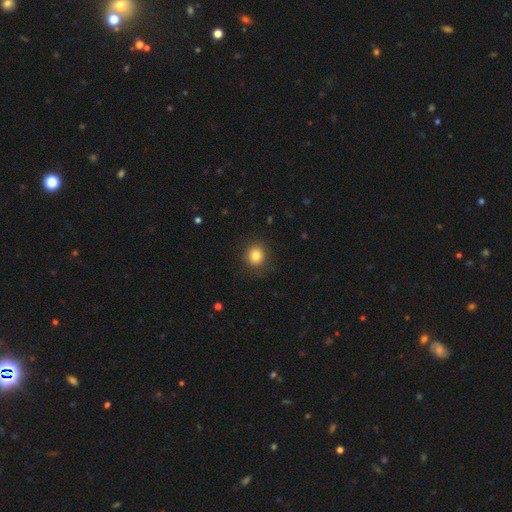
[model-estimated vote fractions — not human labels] Smooth or featured?
  - smooth: 82% *
  - star or artifact: 11%
  - featured or disk: 7%
How rounded?
  - round: 85% *
  - in between: 14%
  - cigar-shaped: 1%
Merging?
  - none: 86% *
  - minor disturbance: 9%
  - major disturbance: 4%
  - merger: 1%